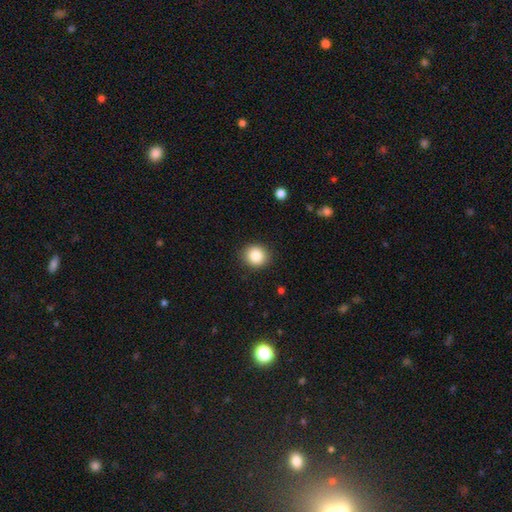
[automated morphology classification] Smooth or featured: smooth — 86% (star or artifact — 9%)
How rounded: round — 88% (in between — 11%)
Merging: none — 91% (minor disturbance — 6%)